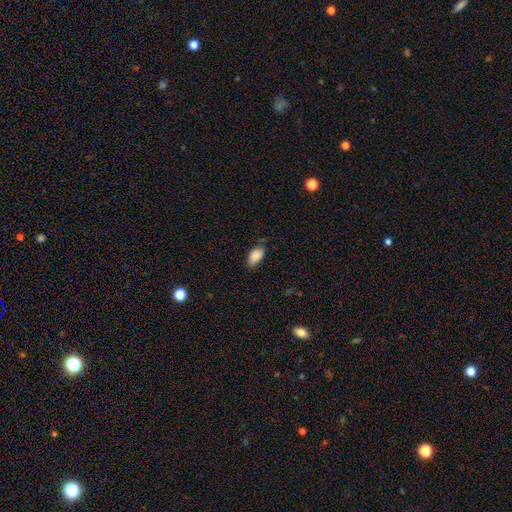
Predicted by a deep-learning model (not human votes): Morphology: type=smooth (85%); roundness=in between (93%); merging=none (60%).